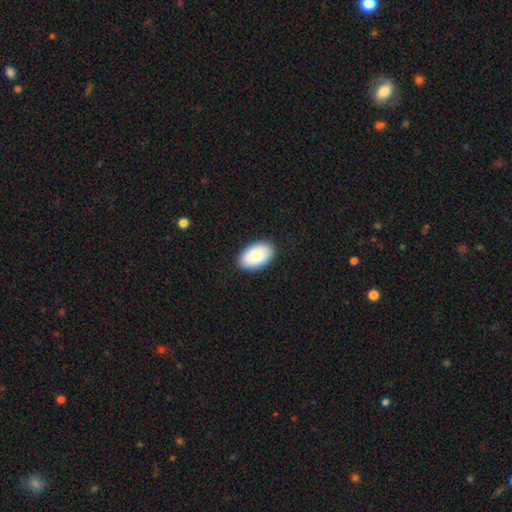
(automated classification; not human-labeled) Morphology: type=smooth (86%); roundness=in between (94%); merging=none (89%).